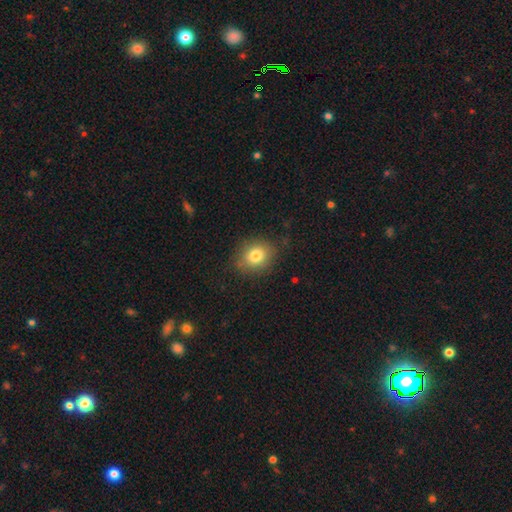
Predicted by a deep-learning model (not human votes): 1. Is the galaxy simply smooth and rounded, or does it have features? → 80% smooth, 11% star or artifact, 9% featured or disk.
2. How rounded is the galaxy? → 60% round, 39% in between, 1% cigar-shaped.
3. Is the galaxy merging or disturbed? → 82% none, 13% minor disturbance, 4% major disturbance, 1% merger.